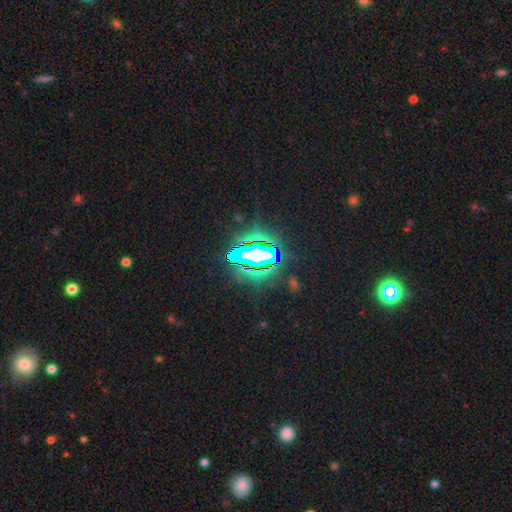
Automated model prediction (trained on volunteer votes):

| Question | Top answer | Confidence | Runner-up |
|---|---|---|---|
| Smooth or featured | star or artifact | 74% | featured or disk (14%) |